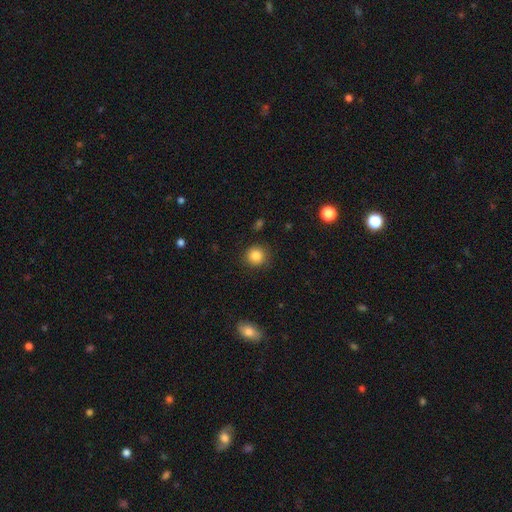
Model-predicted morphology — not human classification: Smooth or featured? Predicted: smooth (p=0.85). How rounded? Predicted: round (p=0.93). Merging? Predicted: none (p=0.88).